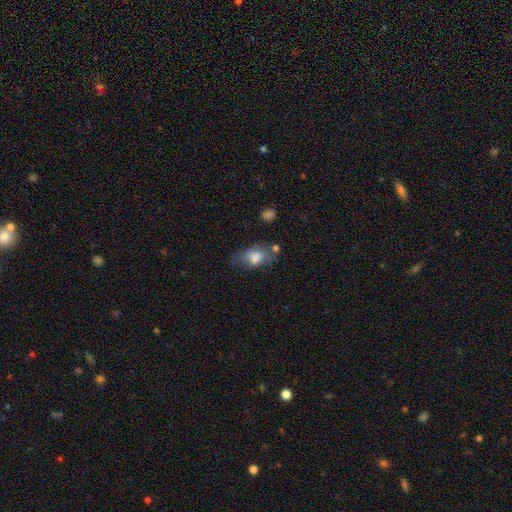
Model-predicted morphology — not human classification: Smooth or featured?
  - smooth: 67% *
  - featured or disk: 23%
  - star or artifact: 10%
How rounded?
  - in between: 84% *
  - round: 10%
  - cigar-shaped: 6%
Merging?
  - none: 53% *
  - minor disturbance: 24%
  - merger: 12%
  - major disturbance: 11%